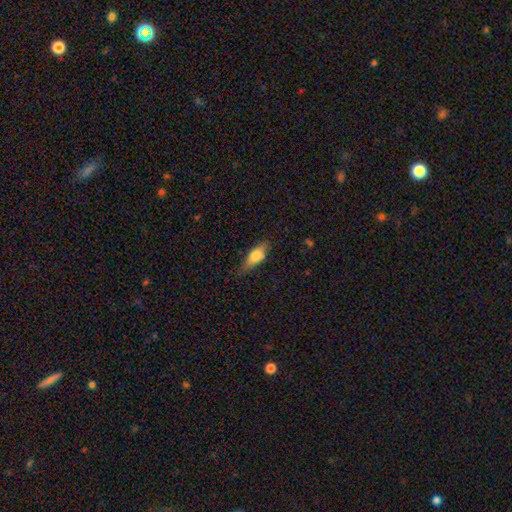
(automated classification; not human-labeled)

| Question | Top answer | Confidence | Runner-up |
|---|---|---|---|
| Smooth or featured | smooth | 73% | featured or disk (20%) |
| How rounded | in between | 70% | cigar-shaped (27%) |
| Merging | none | 60% | minor disturbance (30%) |